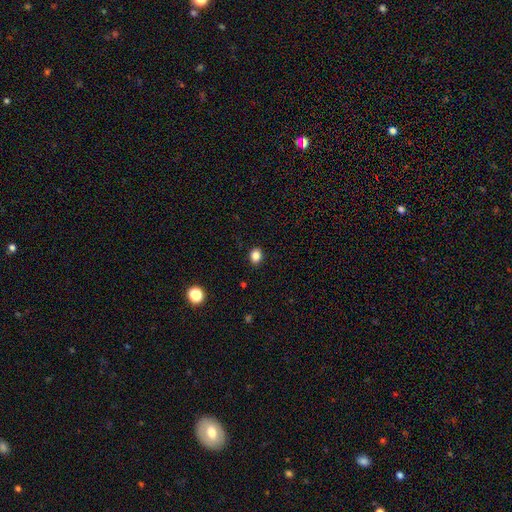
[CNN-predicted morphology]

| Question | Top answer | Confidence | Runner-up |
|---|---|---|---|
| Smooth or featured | smooth | 84% | star or artifact (11%) |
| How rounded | in between | 50% | round (49%) |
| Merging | none | 90% | minor disturbance (7%) |